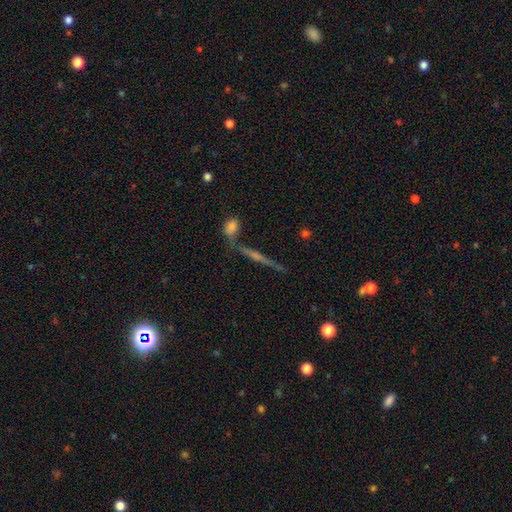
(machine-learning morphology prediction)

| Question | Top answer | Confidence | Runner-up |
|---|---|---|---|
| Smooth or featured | featured or disk | 45% | star or artifact (29%) |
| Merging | none | 55% | merger (24%) |